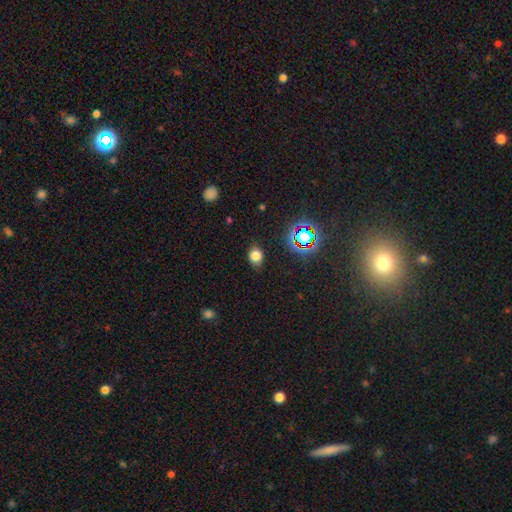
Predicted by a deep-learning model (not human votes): A smooth galaxy with no disk features (74%) that is round (50%). Merging: none (79%).